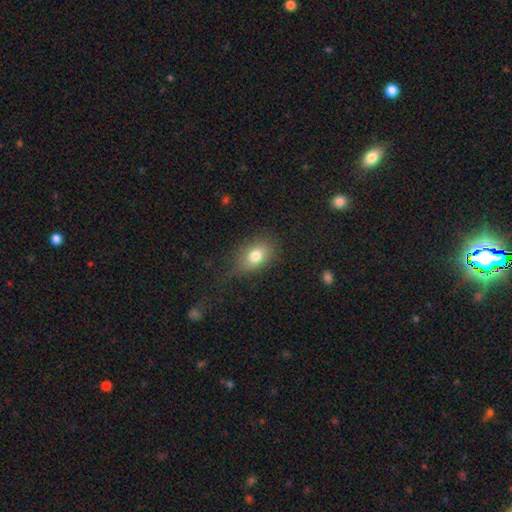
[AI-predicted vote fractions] Smooth or featured: smooth — 78% (featured or disk — 12%)
How rounded: in between — 75% (round — 23%)
Merging: none — 67% (minor disturbance — 22%)